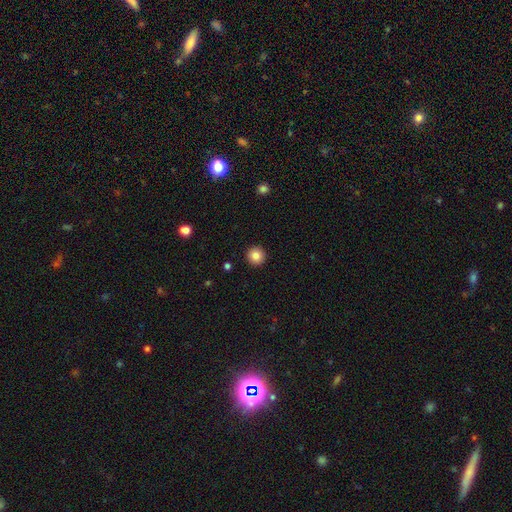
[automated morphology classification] Smooth or featured? smooth (84%)
How rounded? round (96%)
Merging? none (93%)